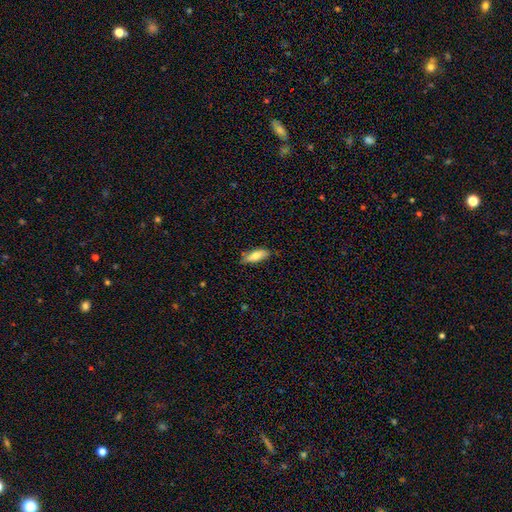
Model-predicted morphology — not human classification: Smooth or featured?
  - smooth: 78% *
  - featured or disk: 16%
  - star or artifact: 6%
How rounded?
  - in between: 64% *
  - cigar-shaped: 34%
  - round: 2%
Merging?
  - none: 78% *
  - minor disturbance: 18%
  - major disturbance: 3%
  - merger: 2%